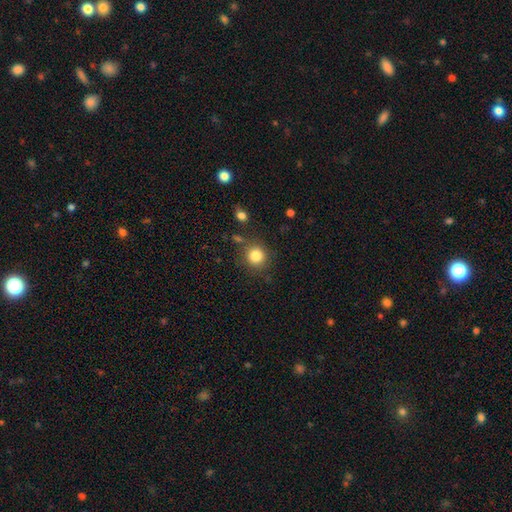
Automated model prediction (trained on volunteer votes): The model was most divided on "merging": none: 81%, minor disturbance: 10%, merger: 5%, major disturbance: 4%. More confident: how rounded — round (92%); smooth or featured — smooth (83%).